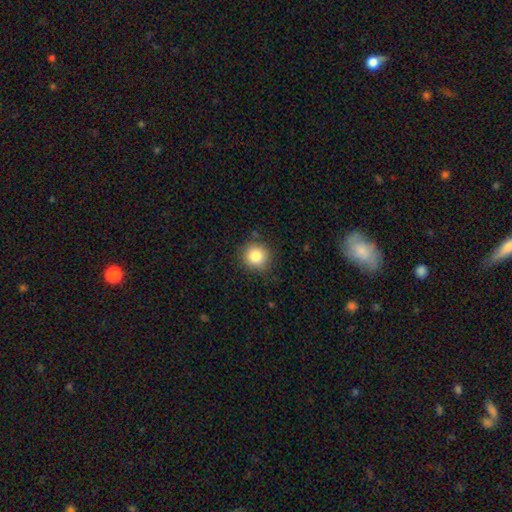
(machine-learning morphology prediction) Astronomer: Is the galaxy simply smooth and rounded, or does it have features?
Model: smooth — 83%.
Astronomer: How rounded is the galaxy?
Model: round — 92%.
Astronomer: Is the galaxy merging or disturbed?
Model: none — 86%.